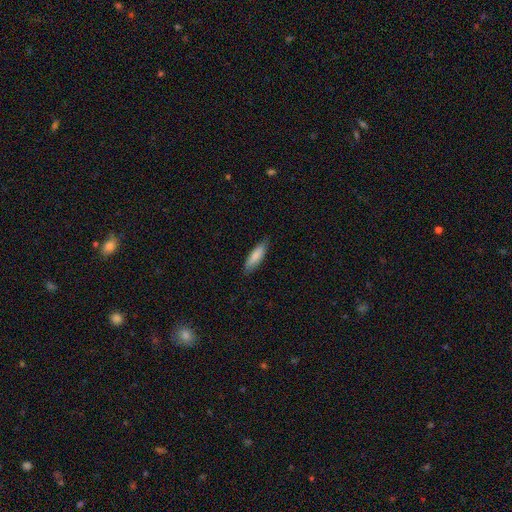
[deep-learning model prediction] Smooth or featured?
  - smooth: 84% *
  - featured or disk: 11%
  - star or artifact: 5%
How rounded?
  - cigar-shaped: 58% *
  - in between: 41%
  - round: 1%
Merging?
  - none: 84% *
  - minor disturbance: 13%
  - major disturbance: 2%
  - merger: 1%